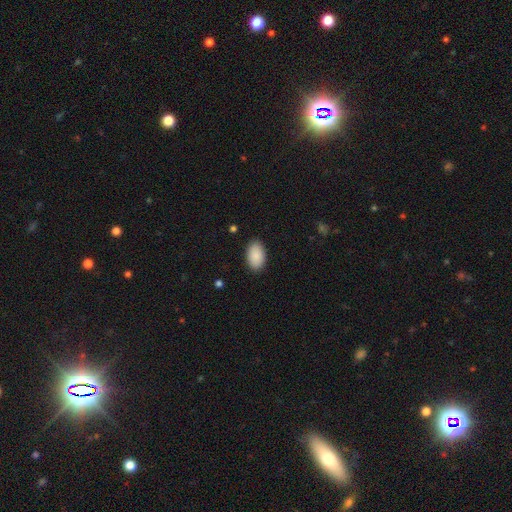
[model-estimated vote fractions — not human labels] Morphology: type=smooth (90%); roundness=in between (94%); merging=none (88%).